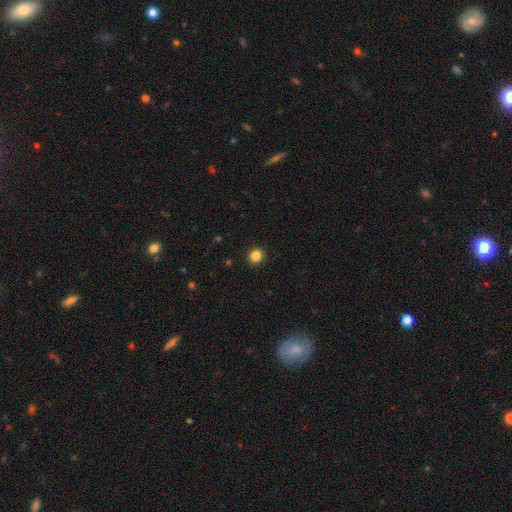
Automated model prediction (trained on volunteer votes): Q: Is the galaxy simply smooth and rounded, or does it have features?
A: smooth — 86%.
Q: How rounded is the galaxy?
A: round — 84%.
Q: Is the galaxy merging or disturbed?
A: none — 92%.